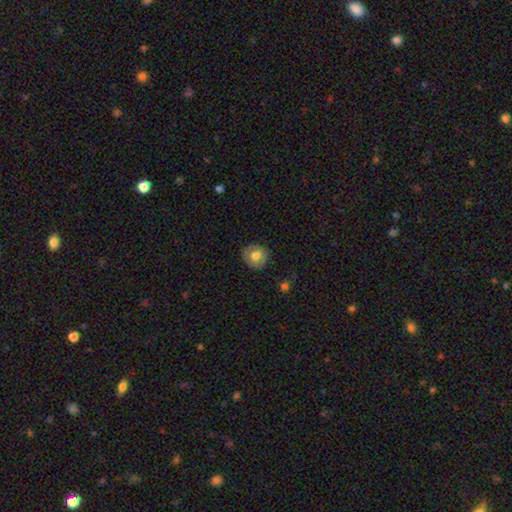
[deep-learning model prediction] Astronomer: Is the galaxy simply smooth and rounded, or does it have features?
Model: smooth — 74%.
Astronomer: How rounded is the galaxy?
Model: round — 88%.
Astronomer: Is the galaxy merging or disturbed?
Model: none — 86%.